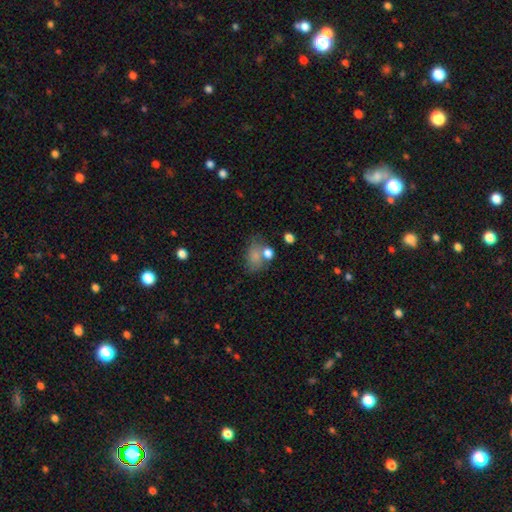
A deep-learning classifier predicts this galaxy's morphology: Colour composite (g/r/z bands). It shows a smooth galaxy with no disk features (72%) that is in between round and cigar-shaped (72%). Merging: none (41%).